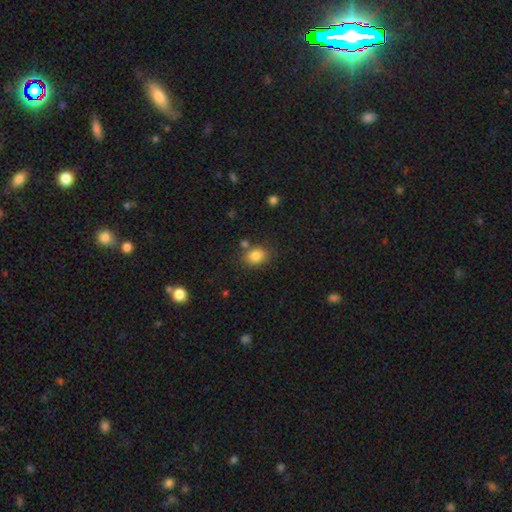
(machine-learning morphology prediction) A smooth galaxy with no disk features (84%) that is in between round and cigar-shaped (64%). Merging: none (73%).